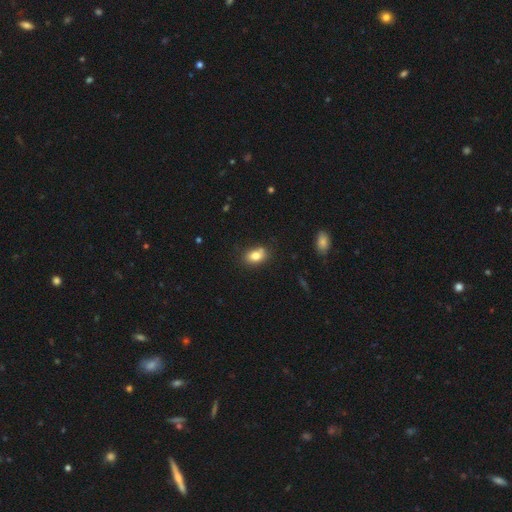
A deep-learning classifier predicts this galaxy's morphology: smooth-or-featured: smooth: 80% | featured or disk: 11% | star or artifact: 9%
  how-rounded: in between: 80% | round: 19% | cigar-shaped: 2%
  merging: none: 71% | minor disturbance: 17% | merger: 9% | major disturbance: 4%